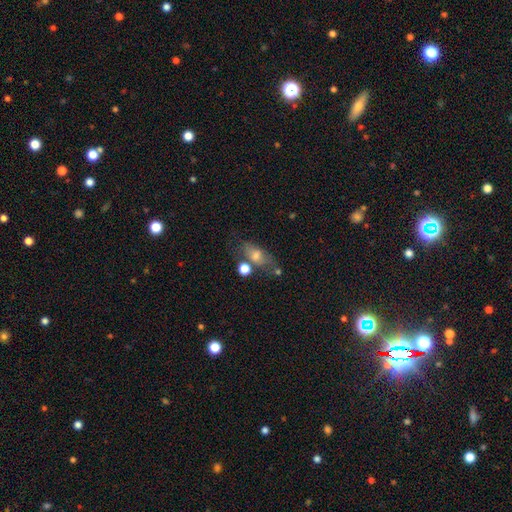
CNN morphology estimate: Overall: smooth (58%; featured or disk 25%). How rounded: in between (73%). Merging: none (56%; minor disturbance 19%).